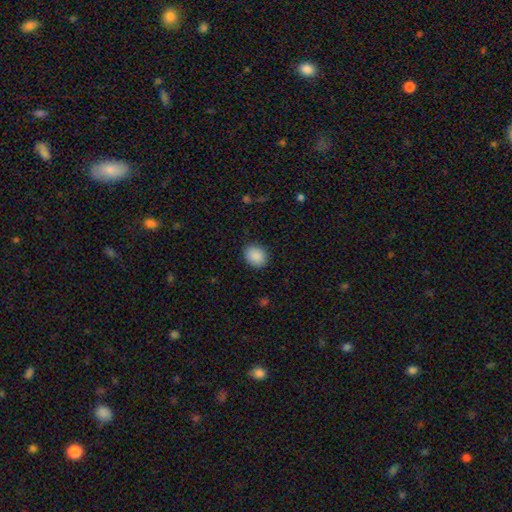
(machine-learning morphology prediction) smooth_or_featured: smooth (p=0.89) [alt: star or artifact p=0.08]
how_rounded: round (p=0.52) [alt: in between p=0.47]
merging: none (p=0.87) [alt: minor disturbance p=0.09]